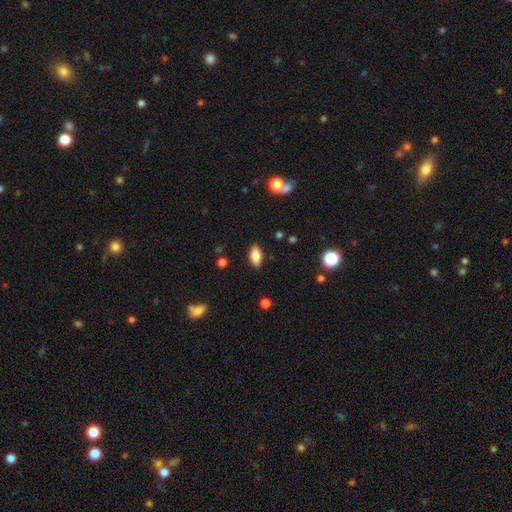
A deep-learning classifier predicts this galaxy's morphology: Smooth or featured? Predicted: smooth (p=0.78). How rounded? Predicted: in between (p=0.86). Merging? Predicted: none (p=0.87).